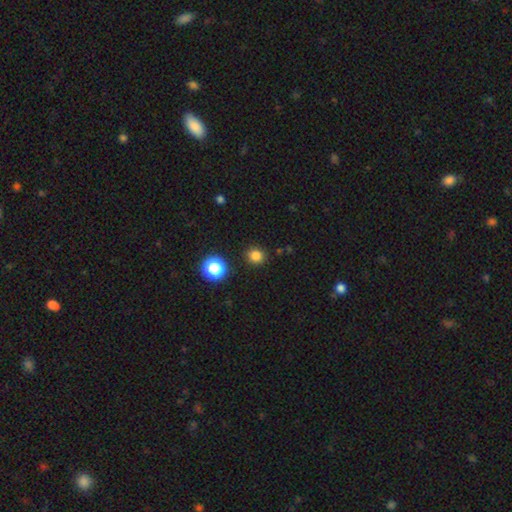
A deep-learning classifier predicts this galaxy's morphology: Q: Smooth or featured?
A: smooth (81%); runner-up: star or artifact (16%)
Q: How rounded?
A: round (86%); runner-up: in between (13%)
Q: Merging?
A: none (88%); runner-up: minor disturbance (7%)